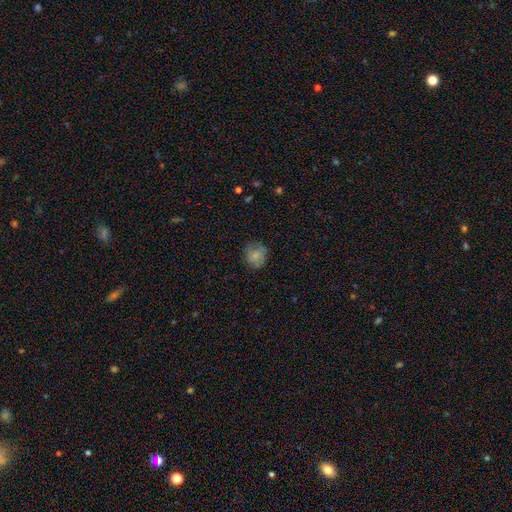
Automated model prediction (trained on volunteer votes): A smooth galaxy with no disk features (74%) that is round (77%).

Vote fractions:
- Smooth or featured? smooth: 74% / featured or disk: 17% / star or artifact: 9%
- How rounded? round: 77% / in between: 22% / cigar-shaped: 1%
- Merging? none: 73% / minor disturbance: 19% / major disturbance: 6% / merger: 1%